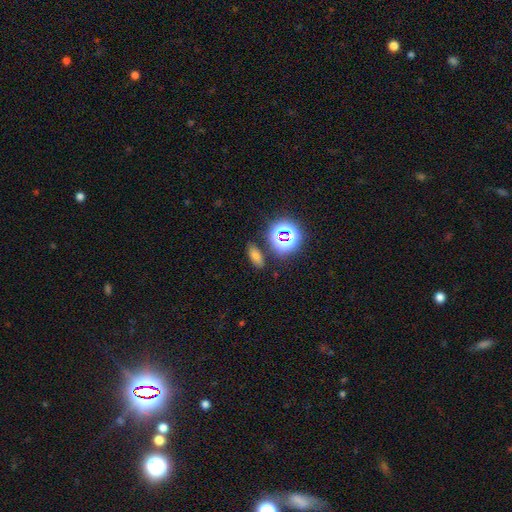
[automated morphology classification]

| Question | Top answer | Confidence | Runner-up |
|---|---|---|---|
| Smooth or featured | smooth | 61% | star or artifact (27%) |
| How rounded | in between | 74% | cigar-shaped (14%) |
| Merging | none | 81% | minor disturbance (11%) |